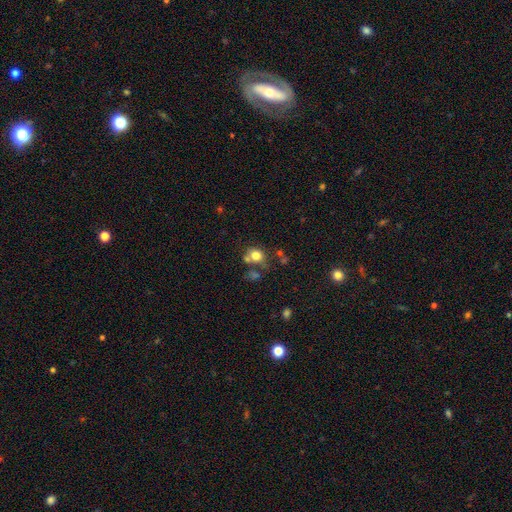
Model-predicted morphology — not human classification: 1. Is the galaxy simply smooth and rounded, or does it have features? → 76% smooth, 12% star or artifact, 11% featured or disk.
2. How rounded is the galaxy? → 73% round, 26% in between, 1% cigar-shaped.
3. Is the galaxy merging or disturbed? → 52% none, 26% merger, 14% minor disturbance, 8% major disturbance.